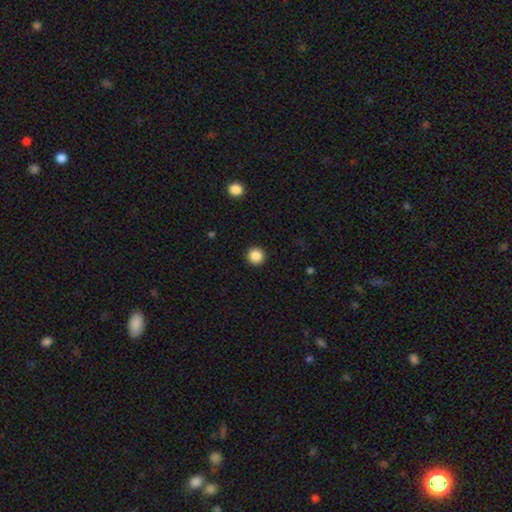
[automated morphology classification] Overall: smooth (87%). How rounded: round (96%). Merging: none (93%).